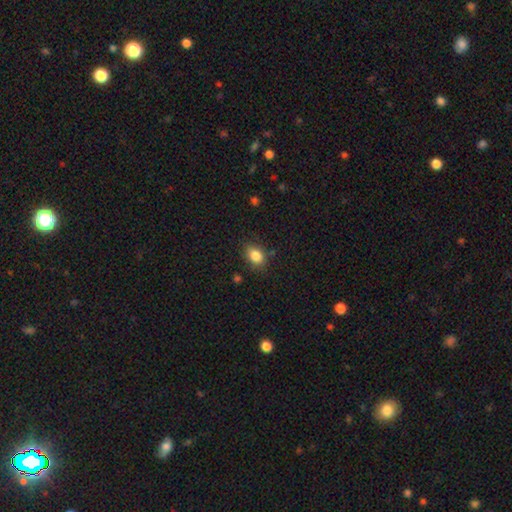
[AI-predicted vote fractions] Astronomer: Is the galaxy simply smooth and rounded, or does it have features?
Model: smooth — 85%.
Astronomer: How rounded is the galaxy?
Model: in between — 74%.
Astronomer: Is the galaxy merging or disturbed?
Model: none — 80%.